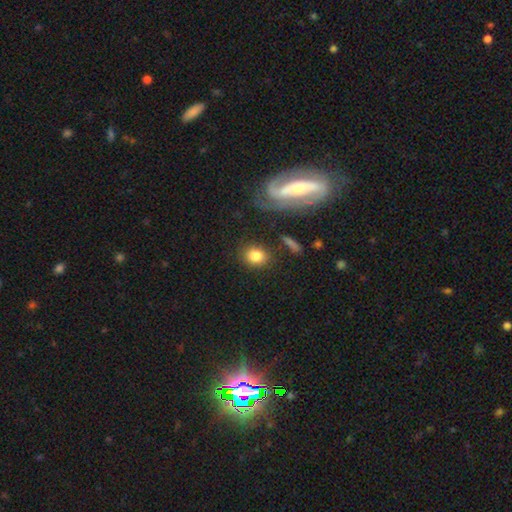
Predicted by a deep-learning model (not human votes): smooth 81%, featured or disk 10%, star or artifact 9%. Down the decision tree: how rounded — round (61%); merging — none (81%).